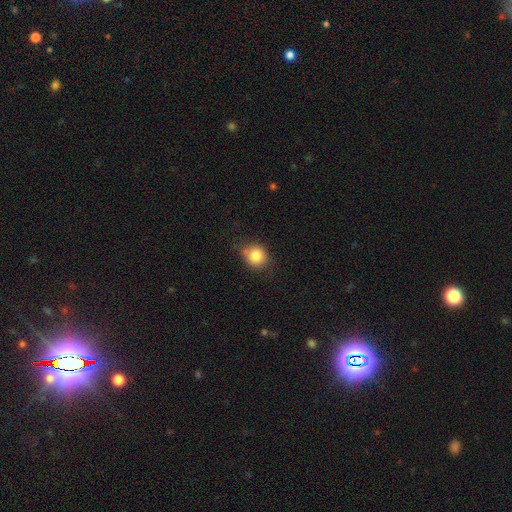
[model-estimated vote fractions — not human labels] Overall: smooth (82%). How rounded: round (79%). Merging: none (68%).